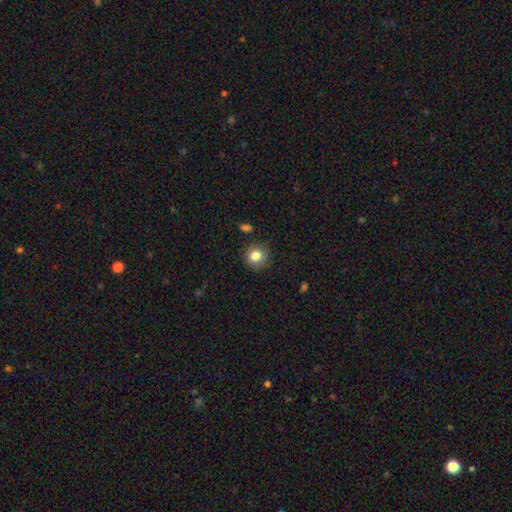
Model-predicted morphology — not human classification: smooth_or_featured: smooth (p=0.83) [alt: star or artifact p=0.10]
how_rounded: round (p=0.89) [alt: in between p=0.10]
merging: none (p=0.83) [alt: minor disturbance p=0.12]